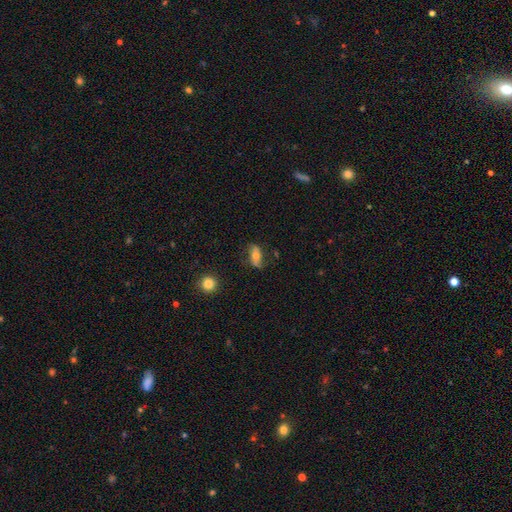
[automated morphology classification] Smooth or featured? Predicted: featured or disk (p=0.48). Merging? Predicted: none (p=0.69).